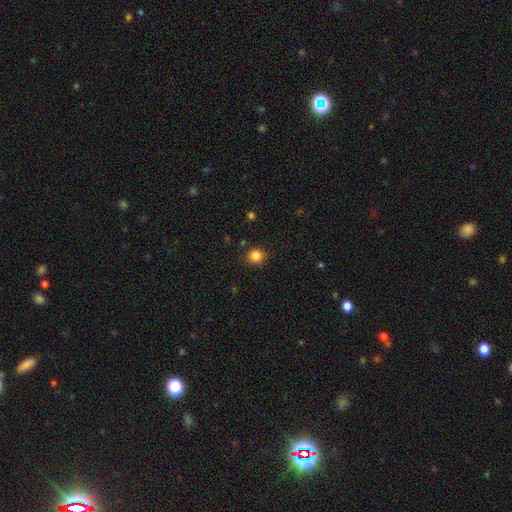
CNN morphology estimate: Overall: smooth (85%). How rounded: round (88%). Merging: none (87%).